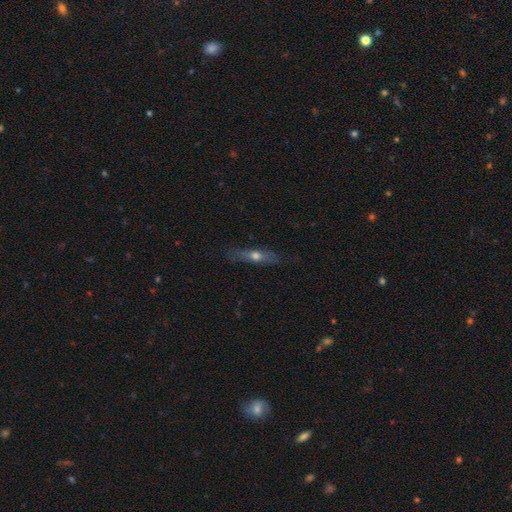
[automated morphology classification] smooth_or_featured: featured or disk (p=0.48) [alt: smooth p=0.45]
merging: none (p=0.80) [alt: minor disturbance p=0.15]